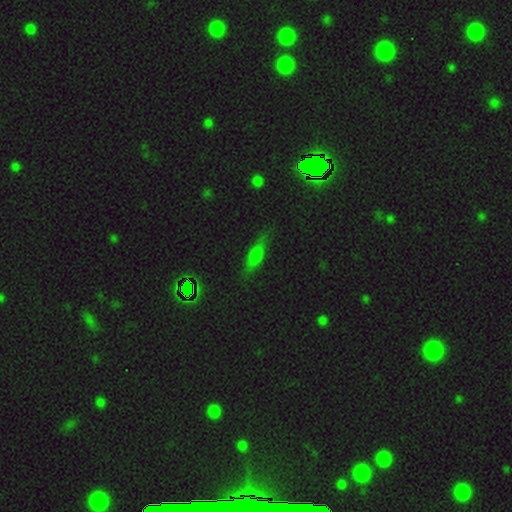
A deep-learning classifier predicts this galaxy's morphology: A smooth galaxy with no disk features (58%) that is in between round and cigar-shaped (52%). Merging: none (80%).